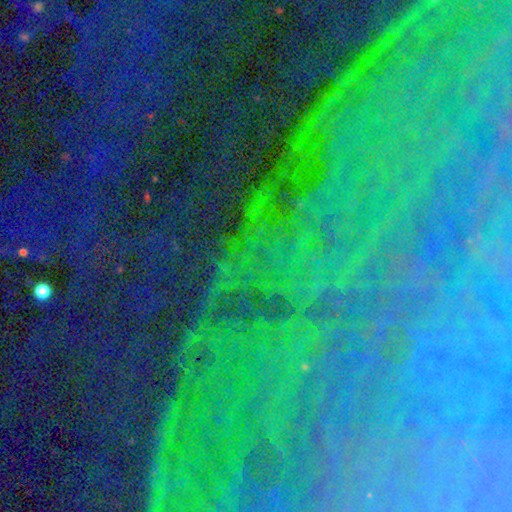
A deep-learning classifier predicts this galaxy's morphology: A star or artifact, not a galaxy (81%).